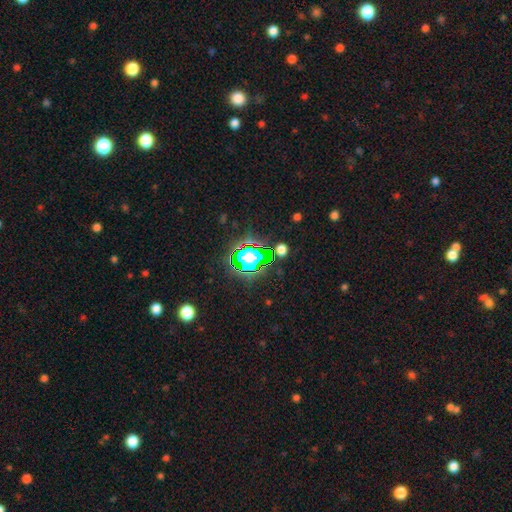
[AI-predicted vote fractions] The model was most divided on "smooth or featured": star or artifact: 80%, smooth: 12%, featured or disk: 8%.